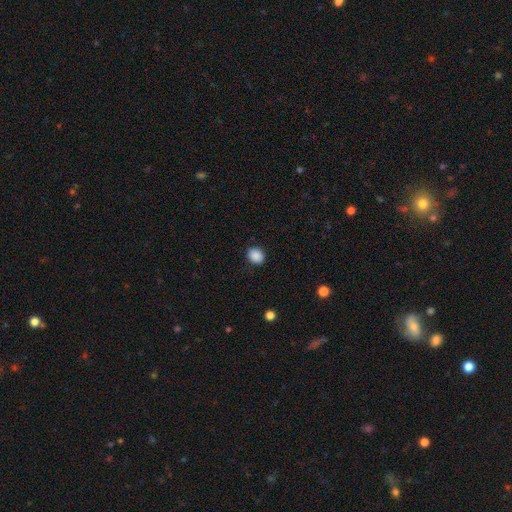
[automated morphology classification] Smooth or featured?
  - smooth: 88% *
  - star or artifact: 9%
  - featured or disk: 3%
How rounded?
  - round: 58% *
  - in between: 41%
  - cigar-shaped: 1%
Merging?
  - none: 88% *
  - minor disturbance: 8%
  - major disturbance: 2%
  - merger: 1%